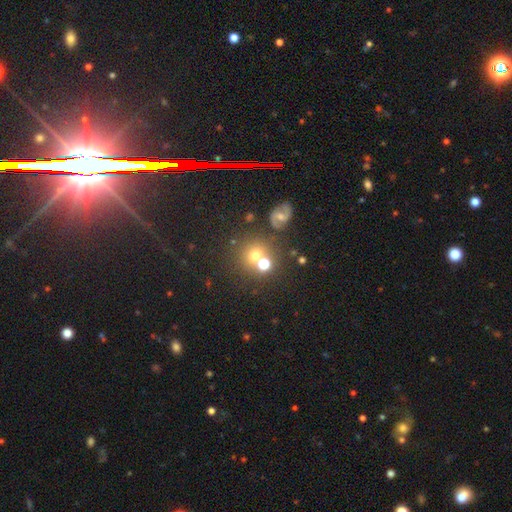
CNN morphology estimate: Smooth or featured? Predicted: smooth (p=0.63). How rounded? Predicted: round (p=0.85). Merging? Predicted: none (p=0.63).